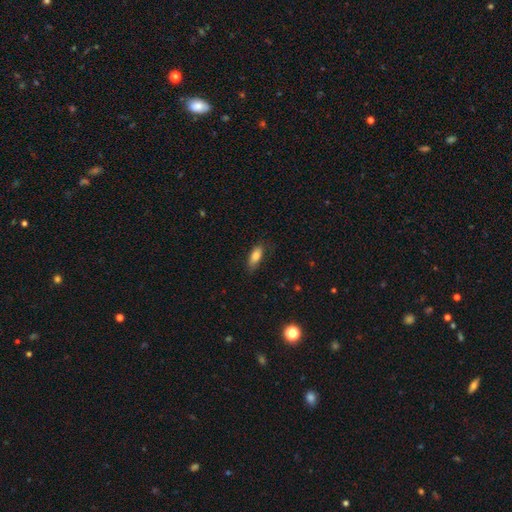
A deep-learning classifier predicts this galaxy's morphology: Smooth or featured? smooth (82%)
How rounded? in between (75%)
Merging? none (78%)